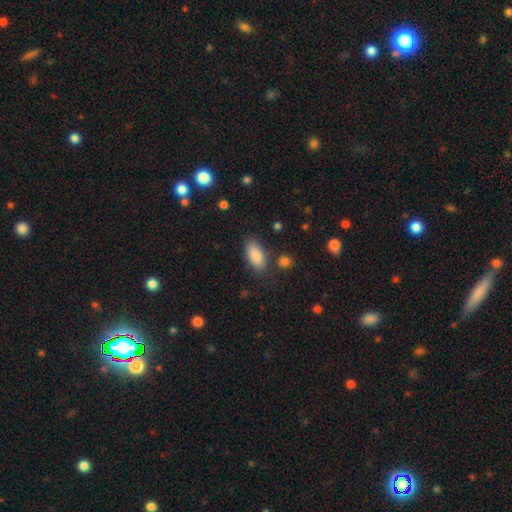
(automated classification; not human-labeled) smooth-or-featured: smooth: 87% | star or artifact: 7% | featured or disk: 6%
  how-rounded: in between: 89% | cigar-shaped: 8% | round: 3%
  merging: none: 79% | minor disturbance: 14% | major disturbance: 4% | merger: 4%